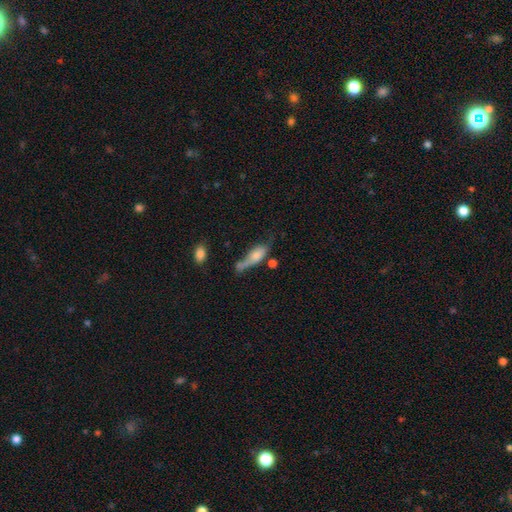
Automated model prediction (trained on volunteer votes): A smooth galaxy with no disk features (64%) that is in between round and cigar-shaped (57%). Merging: none (30%).